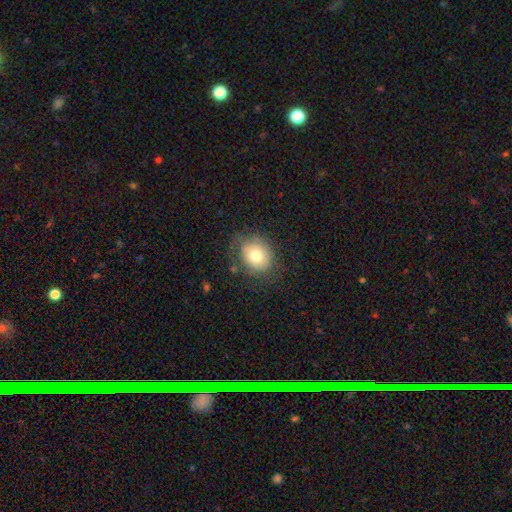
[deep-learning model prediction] Smooth or featured? smooth (76%)
How rounded? round (64%)
Merging? none (69%)